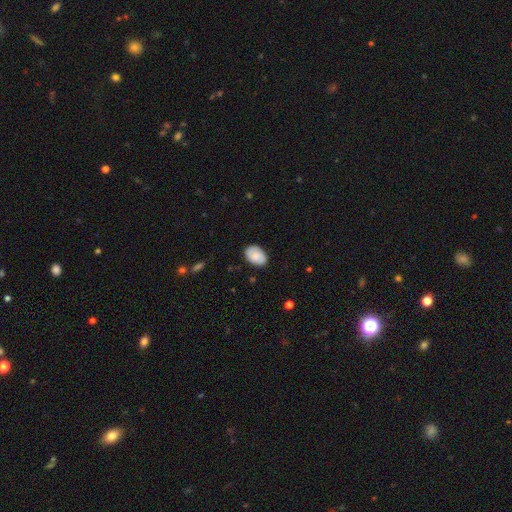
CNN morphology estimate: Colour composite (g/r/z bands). It shows a smooth galaxy with no disk features (69%) that is in between round and cigar-shaped (85%). Merging: none (83%).